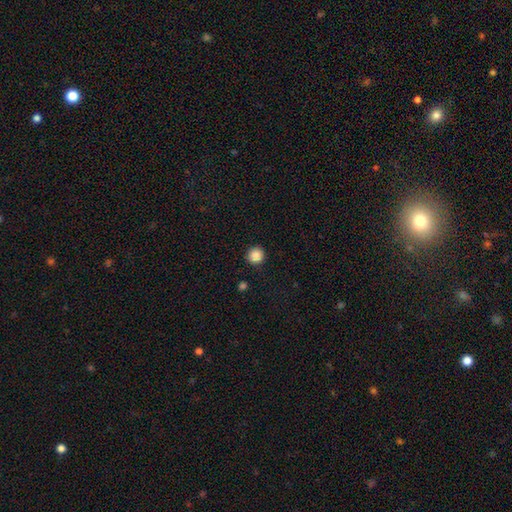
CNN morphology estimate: A smooth galaxy with no disk features (87%) that is round (95%). Merging: none (92%).